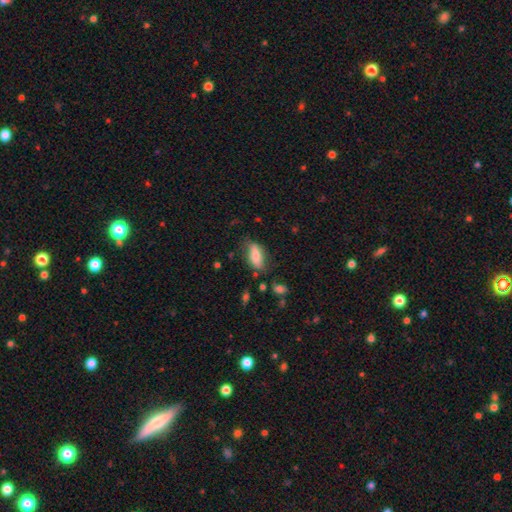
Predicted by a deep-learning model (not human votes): A smooth galaxy with no disk features (74%) that is in between round and cigar-shaped (76%).

Vote fractions:
- Smooth or featured? smooth: 74% / featured or disk: 18% / star or artifact: 7%
- How rounded? in between: 76% / cigar-shaped: 21% / round: 3%
- Merging? none: 63% / minor disturbance: 25% / major disturbance: 9% / merger: 3%